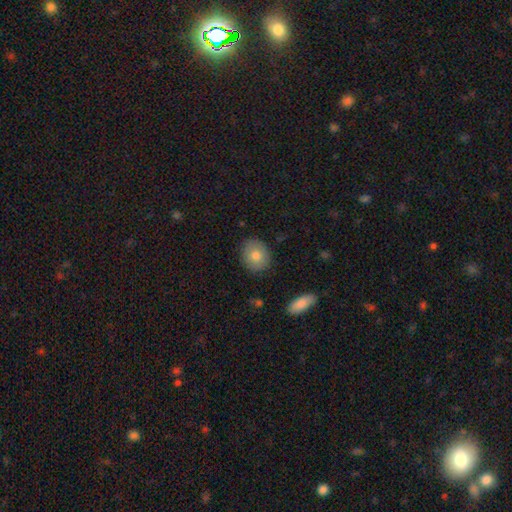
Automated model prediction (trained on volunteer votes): Smooth or featured? smooth (80%)
How rounded? round (64%)
Merging? none (87%)